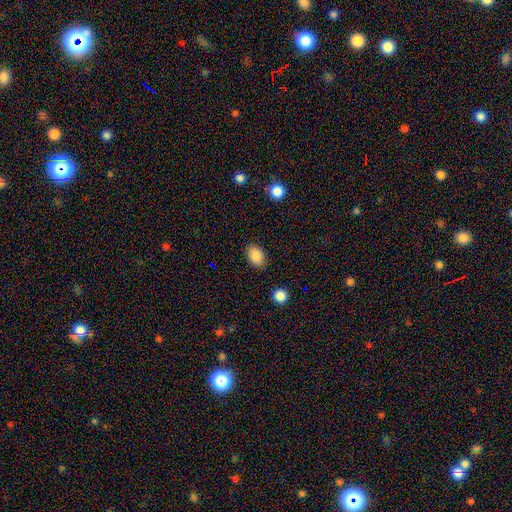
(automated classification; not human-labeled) A smooth galaxy with no disk features (87%) that is in between round and cigar-shaped (86%).

Vote fractions:
- Smooth or featured? smooth: 87% / star or artifact: 8% / featured or disk: 5%
- How rounded? in between: 86% / round: 13% / cigar-shaped: 1%
- Merging? none: 86% / minor disturbance: 10% / major disturbance: 2% / merger: 2%